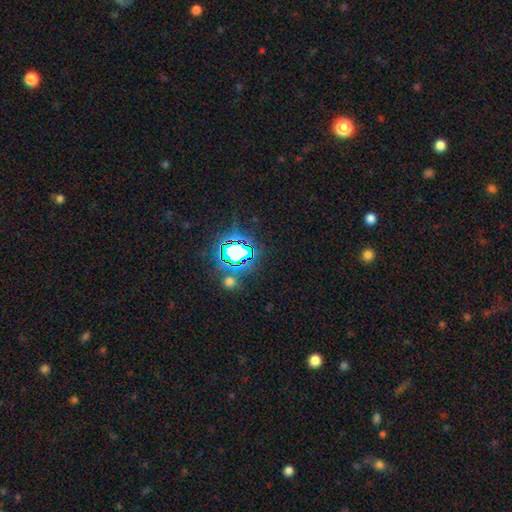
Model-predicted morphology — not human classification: Smooth or featured?
  - star or artifact: 80% *
  - smooth: 13%
  - featured or disk: 7%